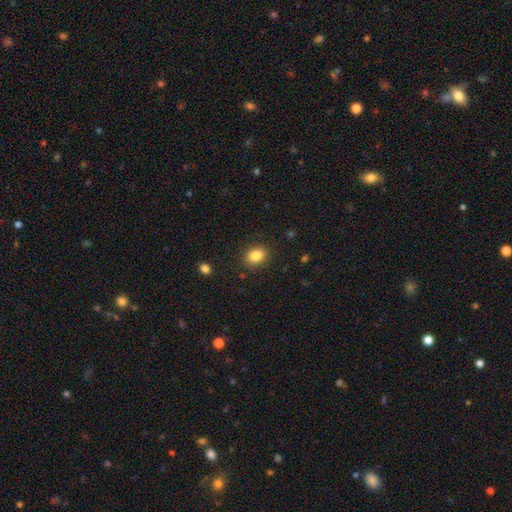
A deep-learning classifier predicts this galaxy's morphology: smooth 85%, star or artifact 9%, featured or disk 5%. Down the decision tree: how rounded — in between (69%); merging — none (87%).